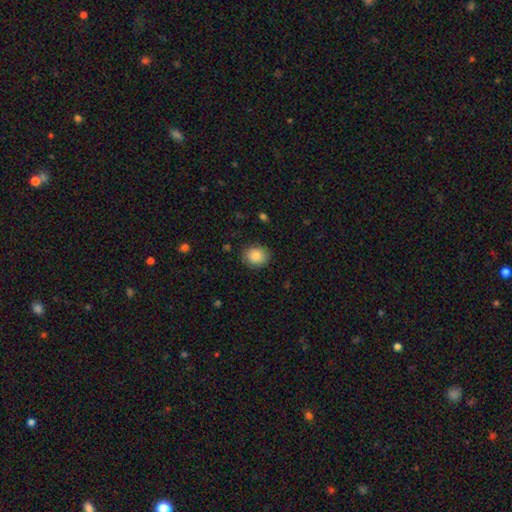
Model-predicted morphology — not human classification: The model was most divided on "how rounded": round: 71%, in between: 28%, cigar-shaped: 1%. More confident: merging — none (88%); smooth or featured — smooth (86%).